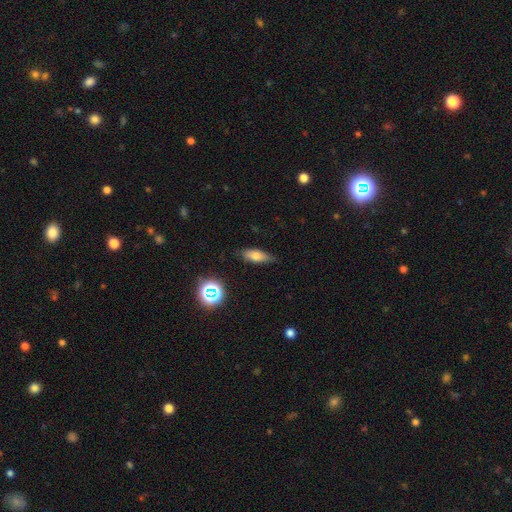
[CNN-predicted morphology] This appears to be a smooth galaxy with no disk features (69%) that is in between round and cigar-shaped (62%). Merging: none (78%).